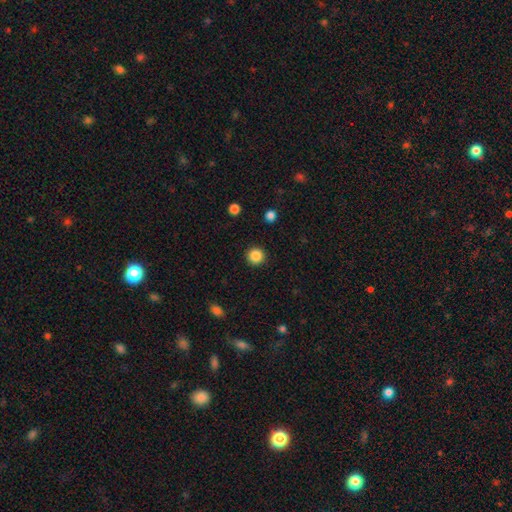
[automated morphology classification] Q: Smooth or featured?
A: smooth (87%); runner-up: star or artifact (10%)
Q: How rounded?
A: round (95%); runner-up: in between (4%)
Q: Merging?
A: none (92%); runner-up: minor disturbance (5%)